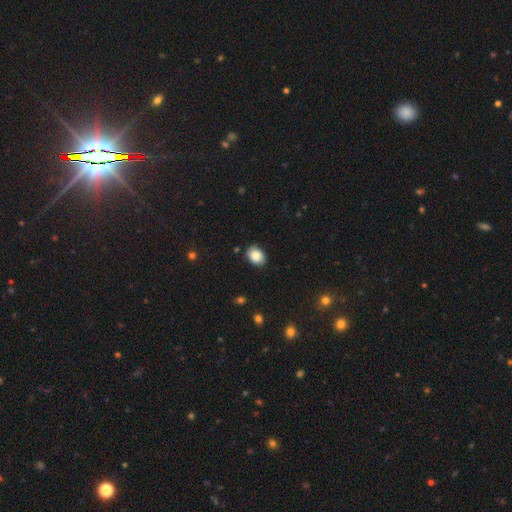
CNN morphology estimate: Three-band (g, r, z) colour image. It shows a smooth galaxy with no disk features (86%) that is in between round and cigar-shaped (64%). Merging: none (84%).